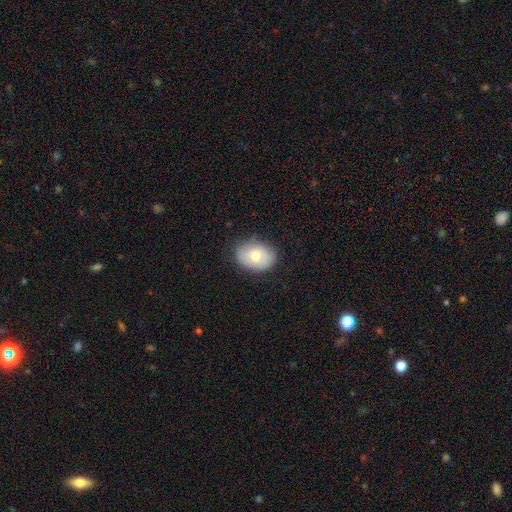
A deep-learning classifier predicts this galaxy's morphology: This is likely a smooth galaxy (71%). How rounded: likely in between (73%). Merging: clearly none (81%).